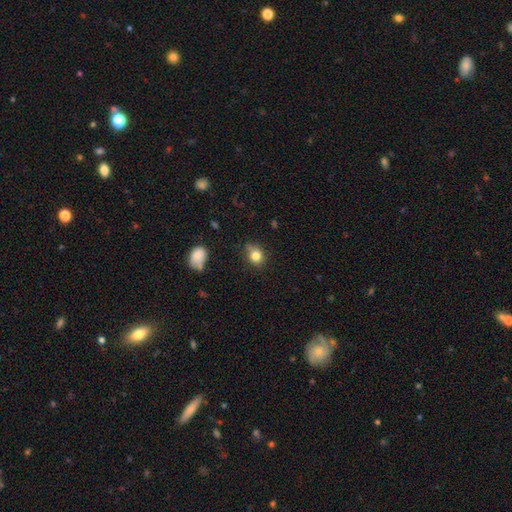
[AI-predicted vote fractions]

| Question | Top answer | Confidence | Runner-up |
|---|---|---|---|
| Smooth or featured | smooth | 80% | star or artifact (11%) |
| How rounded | round | 61% | in between (38%) |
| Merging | none | 60% | minor disturbance (29%) |